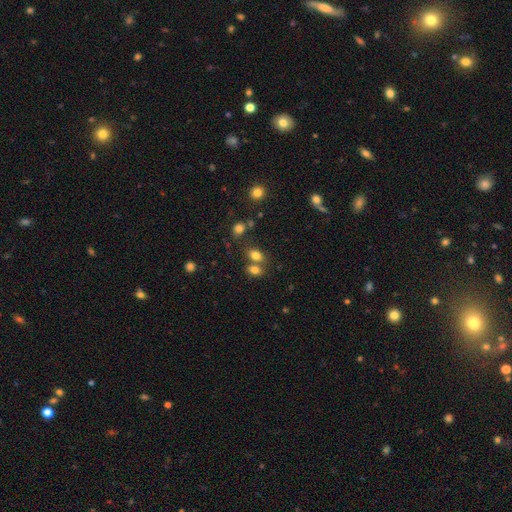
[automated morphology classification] smooth 79%, star or artifact 13%, featured or disk 8%. Down the decision tree: how rounded — in between (77%); merging — none (49%).